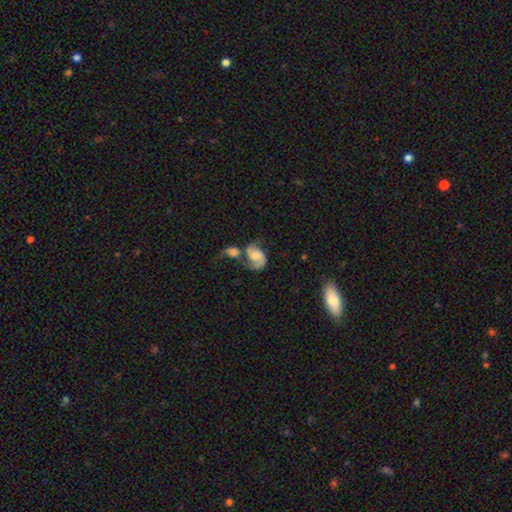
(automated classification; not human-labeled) Smooth or featured? Predicted: featured or disk (p=0.74). Edge-on disk? Predicted: no (p=0.98). Bar? Predicted: no (p=0.61). Spiral arms? Predicted: yes (p=0.93). Spiral winding? Predicted: medium (p=0.48). Spiral arm count? Predicted: 2 (p=0.79). Bulge size? Predicted: moderate (p=0.48). Merging? Predicted: merger (p=0.55).